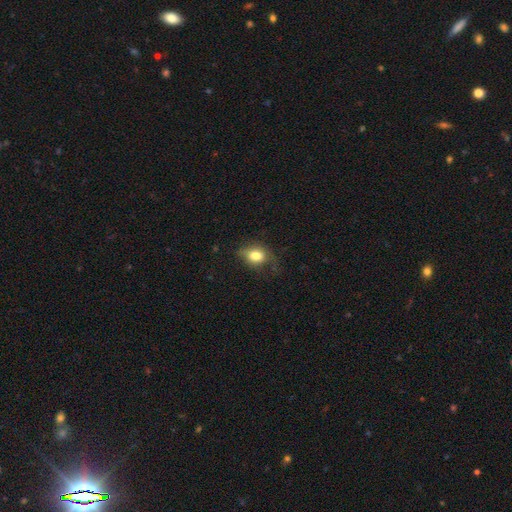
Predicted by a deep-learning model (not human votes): A smooth galaxy with no disk features (79%) that is in between round and cigar-shaped (65%). Merging: none (53%).